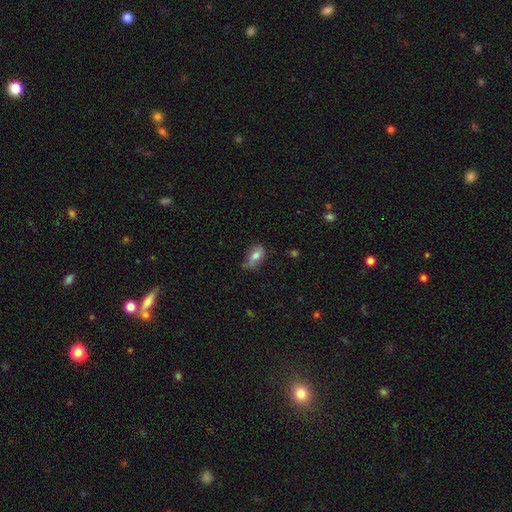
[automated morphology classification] type=smooth (74%); roundness=in between (87%); merging=none (54%).